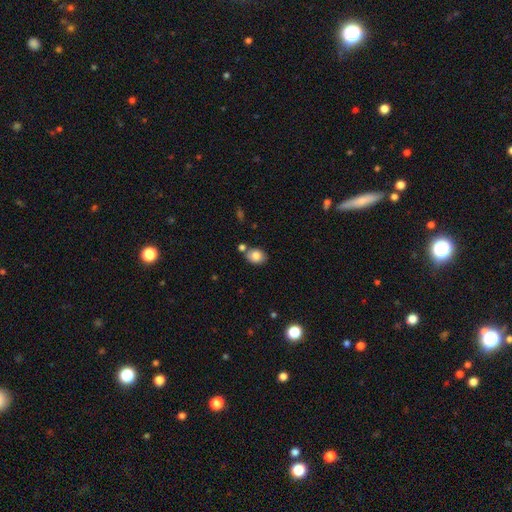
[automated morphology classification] Smooth or featured?
  - smooth: 81% *
  - featured or disk: 11%
  - star or artifact: 9%
How rounded?
  - in between: 61% *
  - round: 38%
  - cigar-shaped: 1%
Merging?
  - none: 71% *
  - merger: 14%
  - minor disturbance: 13%
  - major disturbance: 3%